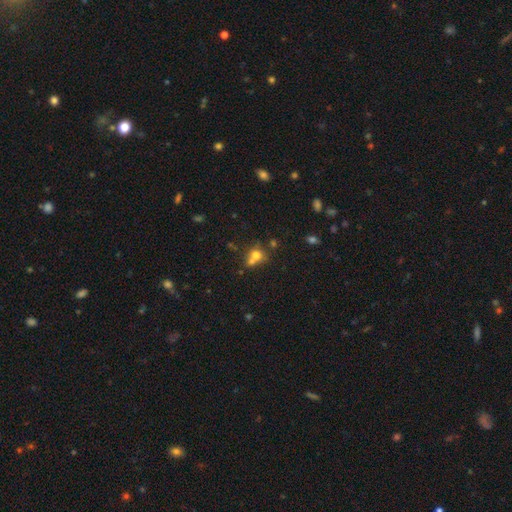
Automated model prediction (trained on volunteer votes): Smooth or featured: smooth — 70% (star or artifact — 16%)
How rounded: round — 79% (in between — 20%)
Merging: merger — 45% (none — 41%)